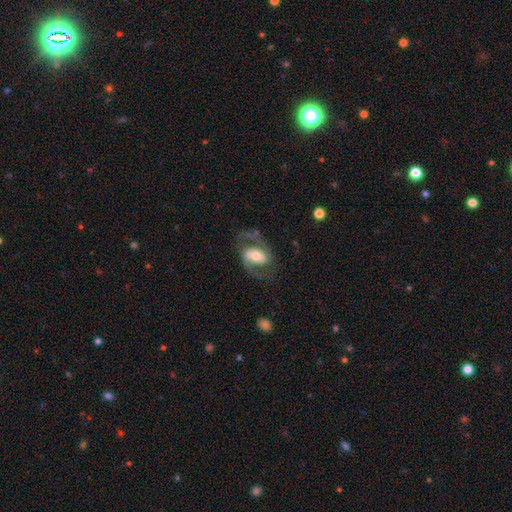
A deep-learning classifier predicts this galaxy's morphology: Smooth or featured: featured or disk — 71% (smooth — 23%)
Edge-on disk: no — 96% (yes — 4%)
Bar: no — 36% (tied with weak — 36%)
Spiral arms: yes — 83% (no — 17%)
Spiral winding: medium — 52% (loose — 30%)
Spiral arm count: 2 — 86% (can't tell — 6%)
Bulge size: moderate — 61% (large — 18%)
Merging: none — 61% (major disturbance — 20%)